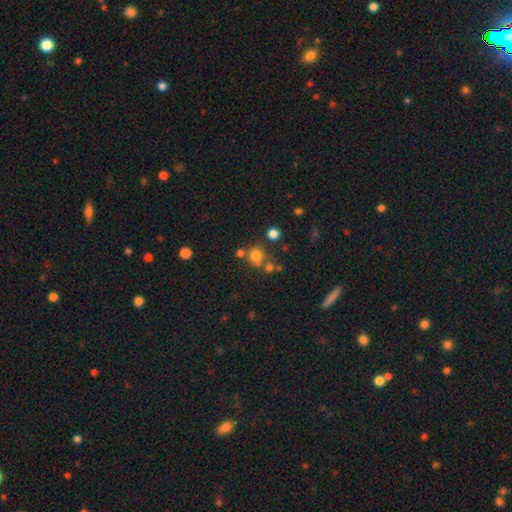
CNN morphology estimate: Smooth or featured? Predicted: smooth (p=0.72). How rounded? Predicted: round (p=0.86). Merging? Predicted: none (p=0.62).